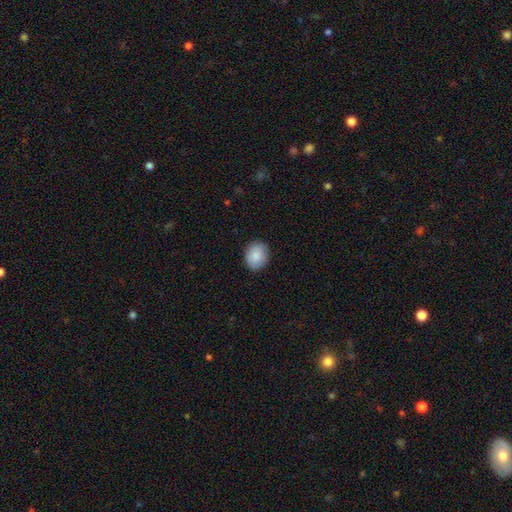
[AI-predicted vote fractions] A smooth galaxy with no disk features (87%) that is in between round and cigar-shaped (52%).

Vote fractions:
- Smooth or featured? smooth: 87% / star or artifact: 7% / featured or disk: 6%
- How rounded? in between: 52% / round: 47% / cigar-shaped: 1%
- Merging? none: 88% / minor disturbance: 9% / major disturbance: 2% / merger: 1%